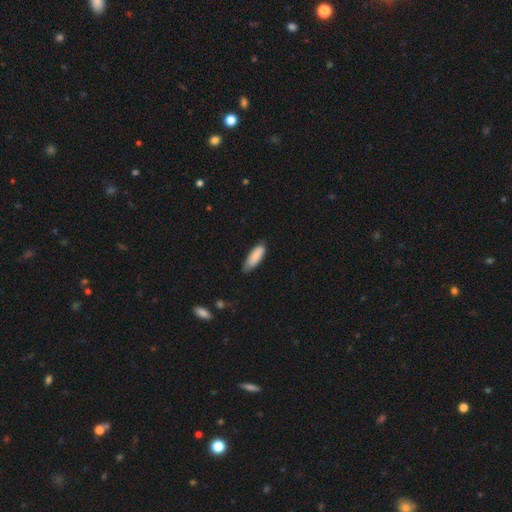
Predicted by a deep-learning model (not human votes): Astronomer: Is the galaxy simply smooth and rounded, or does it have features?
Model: smooth — 88%.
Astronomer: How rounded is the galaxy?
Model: in between — 59% (runner-up: cigar-shaped, 40%).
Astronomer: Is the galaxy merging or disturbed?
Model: none — 73%.